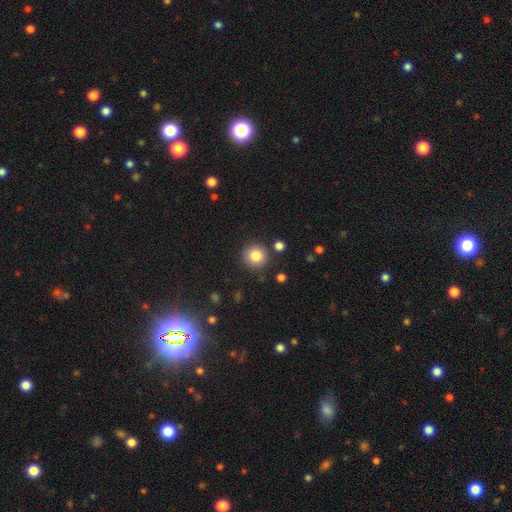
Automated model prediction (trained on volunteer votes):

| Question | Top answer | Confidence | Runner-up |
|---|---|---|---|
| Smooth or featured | smooth | 83% | star or artifact (11%) |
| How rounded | round | 94% | in between (5%) |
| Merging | none | 87% | minor disturbance (7%) |